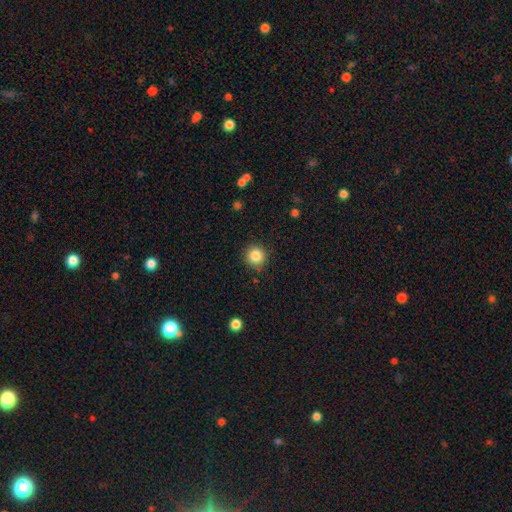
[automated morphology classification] smooth 85%, star or artifact 10%, featured or disk 5%. Down the decision tree: how rounded — round (93%); merging — none (88%).